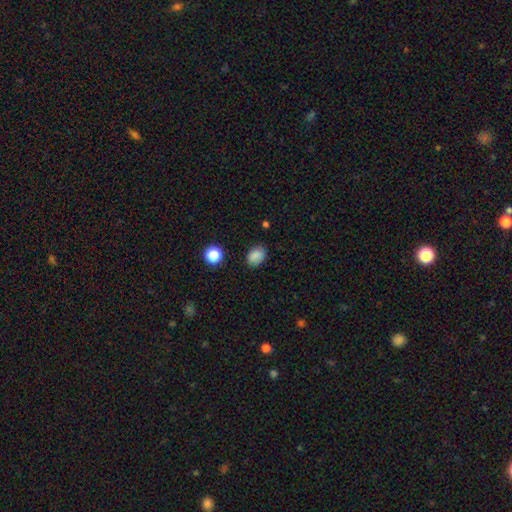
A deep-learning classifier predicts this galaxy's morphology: The model was most divided on "how rounded": in between: 72%, round: 27%, cigar-shaped: 1%. More confident: smooth or featured — smooth (84%); merging — none (79%).